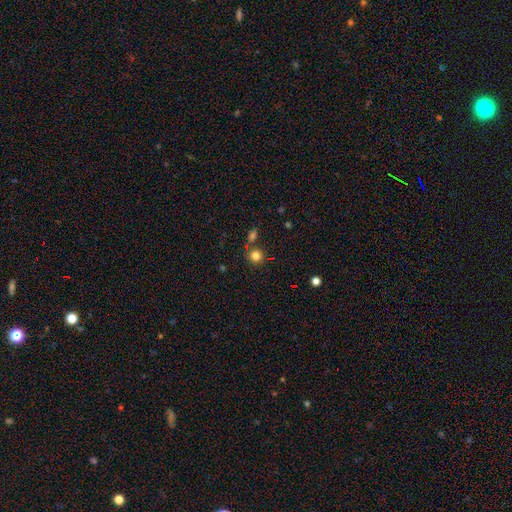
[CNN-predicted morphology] Smooth or featured? Predicted: smooth (p=0.81). How rounded? Predicted: round (p=0.91). Merging? Predicted: none (p=0.76).